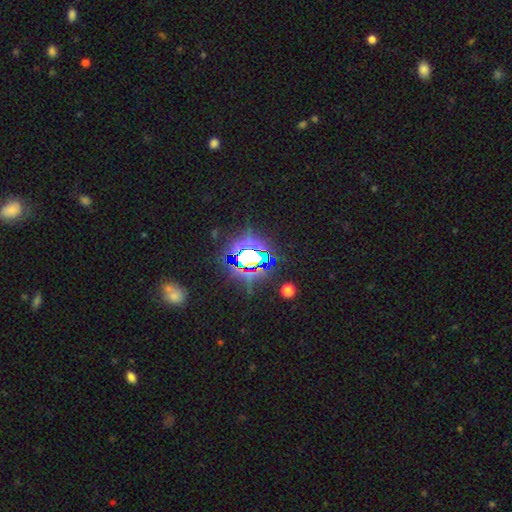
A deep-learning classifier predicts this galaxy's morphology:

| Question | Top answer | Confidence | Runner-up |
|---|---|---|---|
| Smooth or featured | star or artifact | 76% | smooth (14%) |